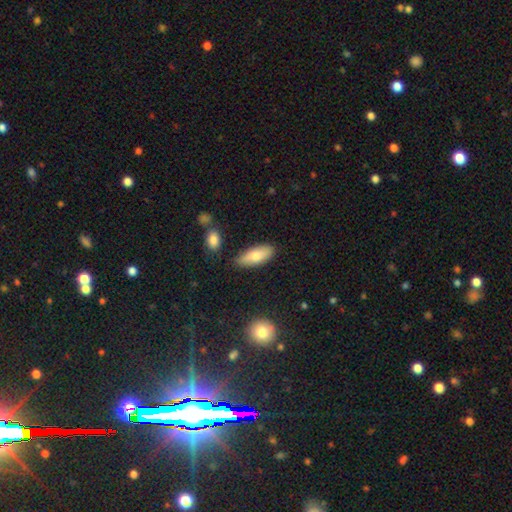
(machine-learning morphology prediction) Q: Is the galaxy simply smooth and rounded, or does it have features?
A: smooth — 76%.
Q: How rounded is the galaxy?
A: in between — 75%.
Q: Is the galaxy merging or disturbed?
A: none — 78%.